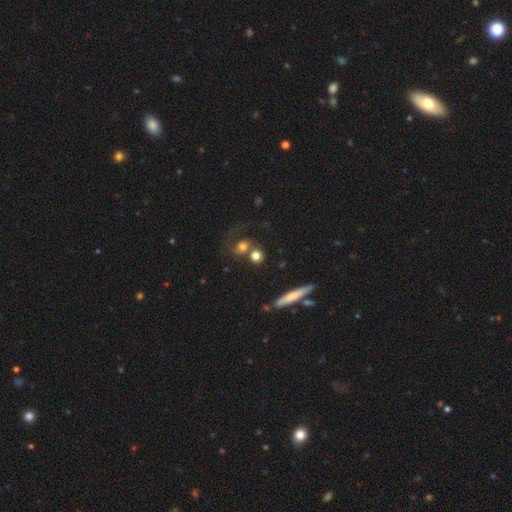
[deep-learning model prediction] This is likely a smooth galaxy (71%). How rounded: clearly round (81%). Merging: possibly none (52%).